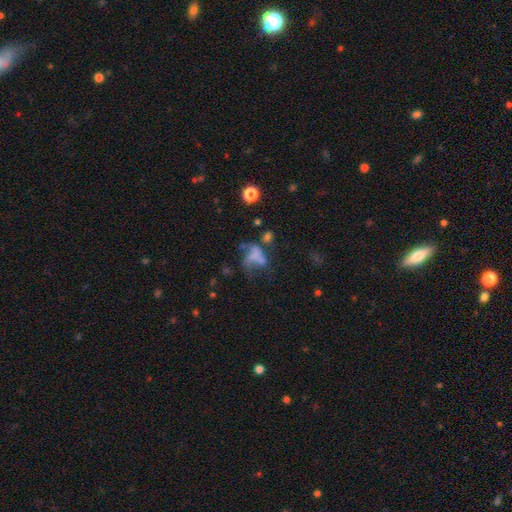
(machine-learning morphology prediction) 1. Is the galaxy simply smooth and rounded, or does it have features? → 46% smooth, 34% featured or disk, 20% star or artifact.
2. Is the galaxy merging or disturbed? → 42% major disturbance, 24% none, 19% merger, 15% minor disturbance.